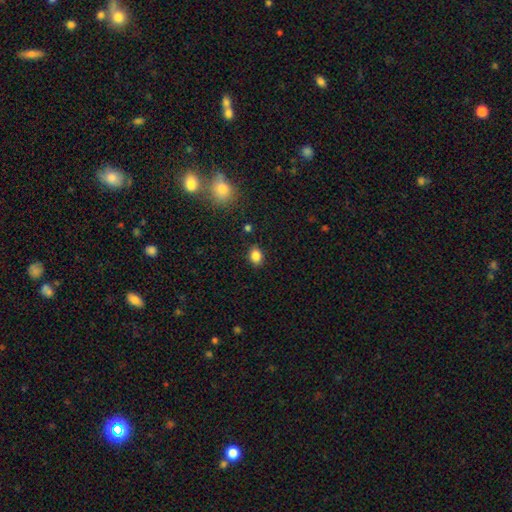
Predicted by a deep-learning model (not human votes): Smooth or featured? Predicted: smooth (p=0.85). How rounded? Predicted: in between (p=0.63). Merging? Predicted: none (p=0.86).